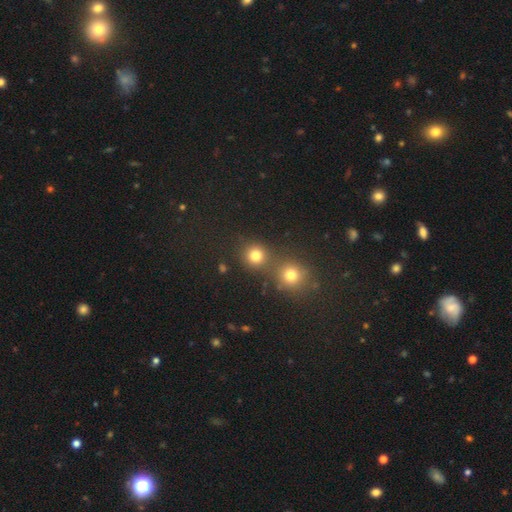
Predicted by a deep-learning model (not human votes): Overall: smooth (79%). How rounded: round (91%). Merging: none (66%).